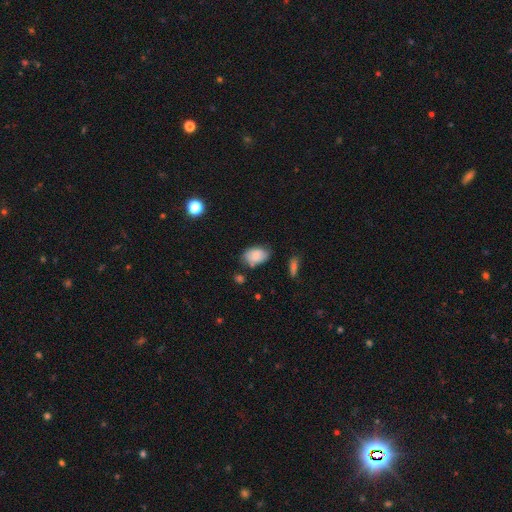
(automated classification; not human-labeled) Smooth or featured? smooth (73%)
How rounded? in between (86%)
Merging? none (62%)